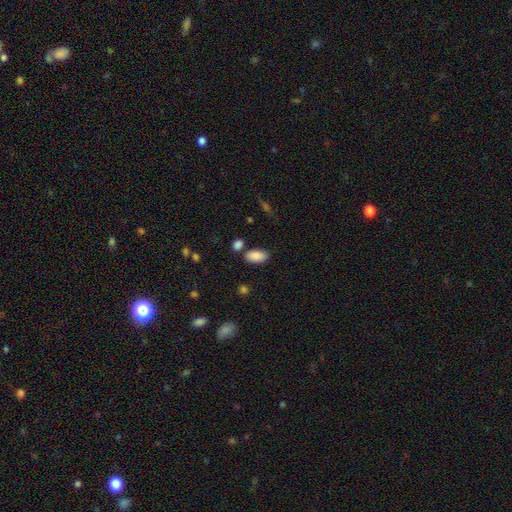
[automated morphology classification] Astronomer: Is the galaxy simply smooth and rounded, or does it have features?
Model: smooth — 88%.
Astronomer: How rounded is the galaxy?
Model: in between — 93%.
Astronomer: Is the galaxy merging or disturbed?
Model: none — 76%.